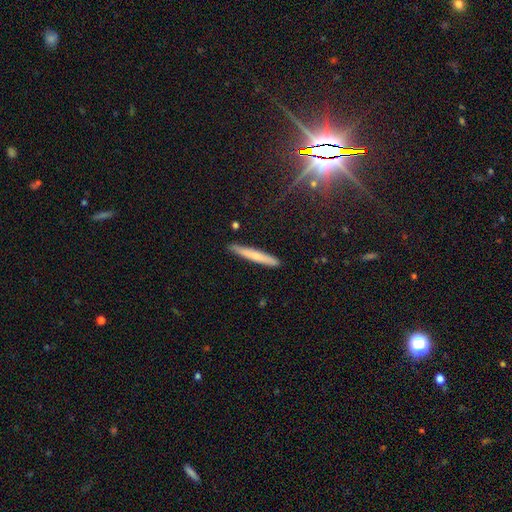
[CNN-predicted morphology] Q: Smooth or featured?
A: smooth (63%); runner-up: featured or disk (30%)
Q: How rounded?
A: cigar-shaped (96%); runner-up: in between (3%)
Q: Merging?
A: none (89%); runner-up: minor disturbance (9%)